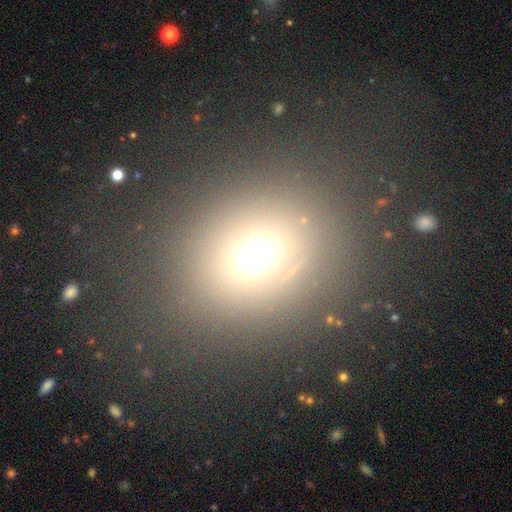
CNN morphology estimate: Q: Smooth or featured?
A: smooth (60%); runner-up: star or artifact (24%)
Q: How rounded?
A: round (67%); runner-up: in between (31%)
Q: Merging?
A: none (81%); runner-up: minor disturbance (10%)